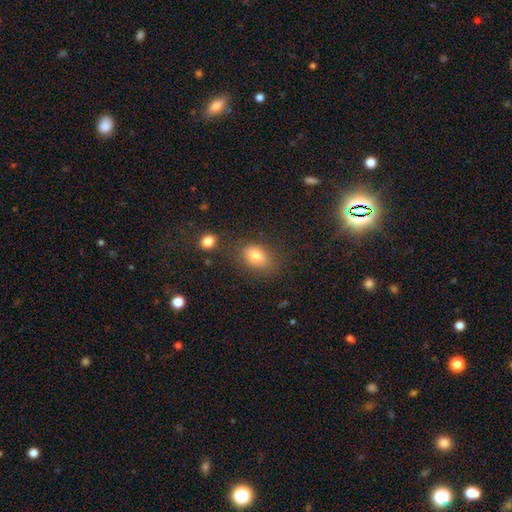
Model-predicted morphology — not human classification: smooth 81%, star or artifact 10%, featured or disk 9%. Down the decision tree: how rounded — in between (77%); merging — none (74%).